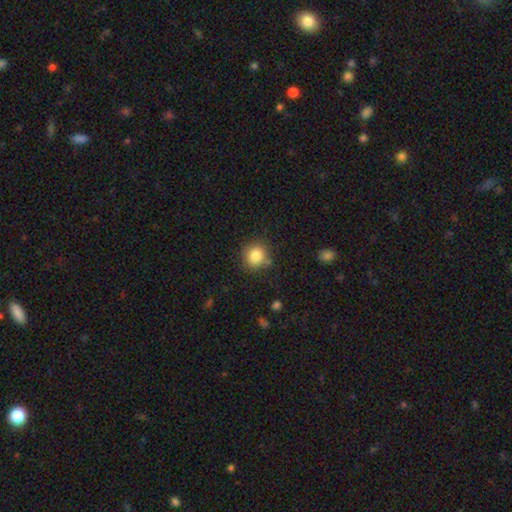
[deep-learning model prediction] Smooth or featured: smooth — 84% (star or artifact — 10%)
How rounded: round — 85% (in between — 14%)
Merging: none — 79% (minor disturbance — 13%)